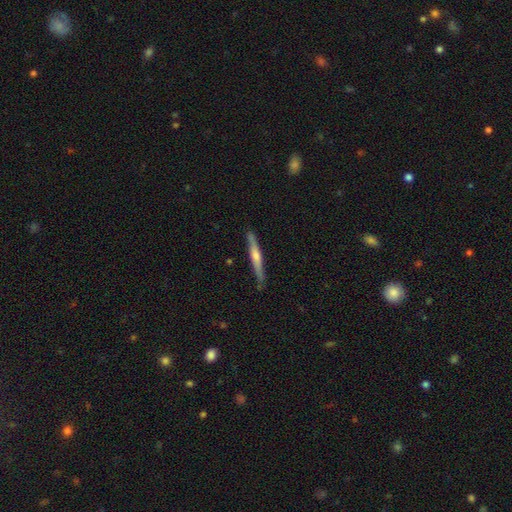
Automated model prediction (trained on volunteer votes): Smooth or featured? featured or disk (58%)
Edge-on disk? yes (97%)
Edge-on bulge? rounded (68%)
Merging? none (85%)